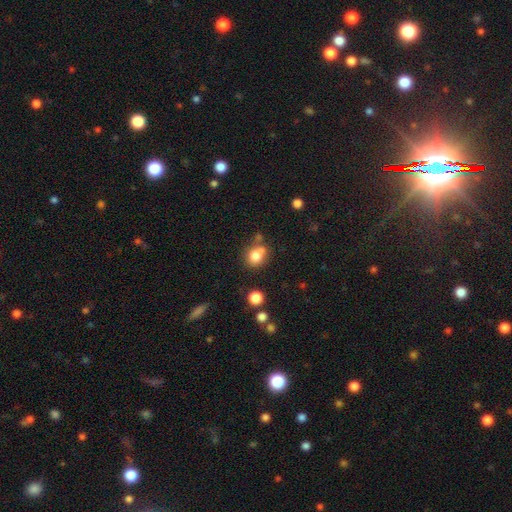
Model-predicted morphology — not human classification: Smooth or featured? Predicted: smooth (p=0.78). How rounded? Predicted: round (p=0.69). Merging? Predicted: none (p=0.54).